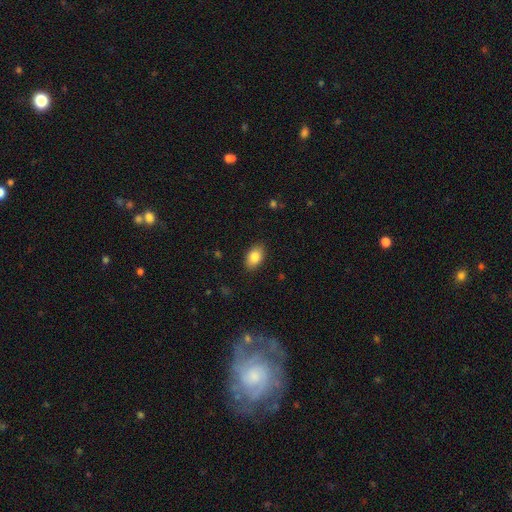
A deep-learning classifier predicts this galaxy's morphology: The model was most divided on "smooth or featured": smooth: 85%, featured or disk: 8%, star or artifact: 7%. More confident: how rounded — in between (88%); merging — none (88%).